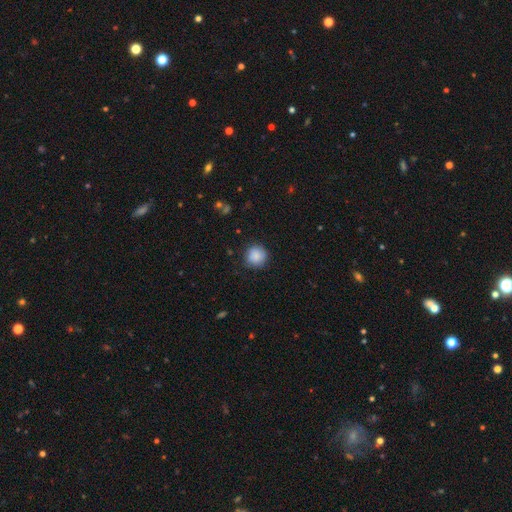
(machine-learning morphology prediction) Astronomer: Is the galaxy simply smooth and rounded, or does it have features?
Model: smooth — 86%.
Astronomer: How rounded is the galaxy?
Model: round — 92%.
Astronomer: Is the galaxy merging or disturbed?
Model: none — 82%.